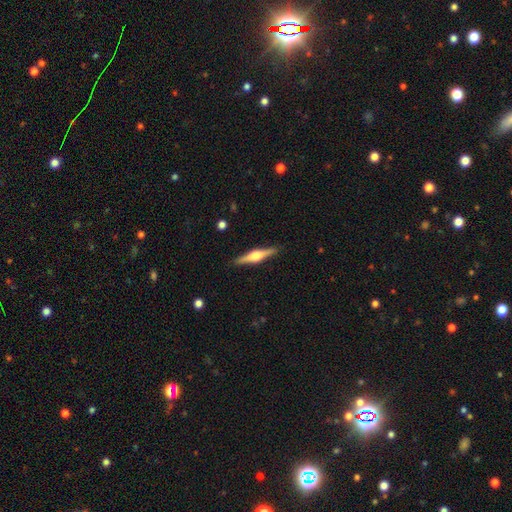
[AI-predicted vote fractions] Overall: featured or disk (72%). Edge-on disk: yes (98%). Edge-on bulge: rounded (92%). Merging: none (90%).